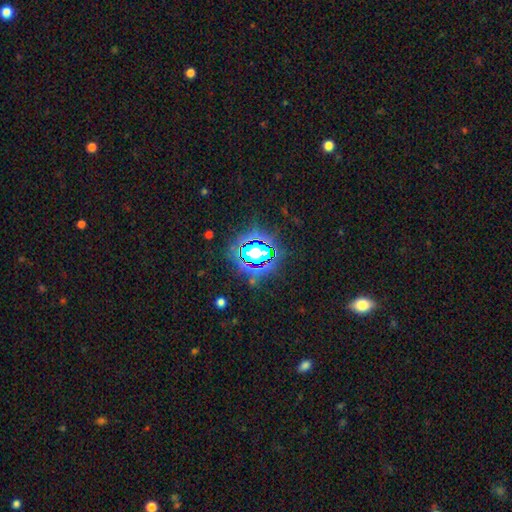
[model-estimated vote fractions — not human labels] The model was most divided on "smooth or featured": star or artifact: 73%, smooth: 17%, featured or disk: 10%.